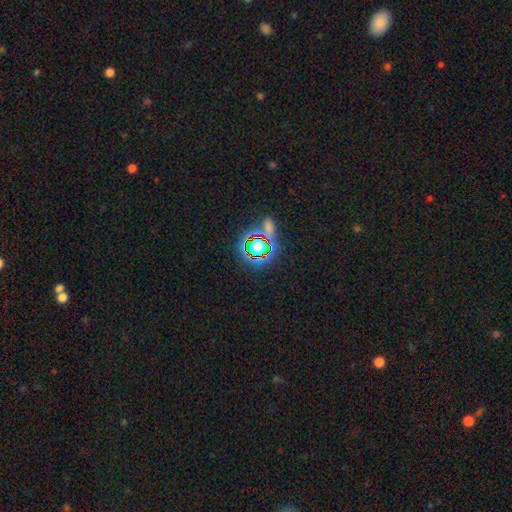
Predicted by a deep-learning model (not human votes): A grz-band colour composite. It shows a star or artifact, not a galaxy (62%).